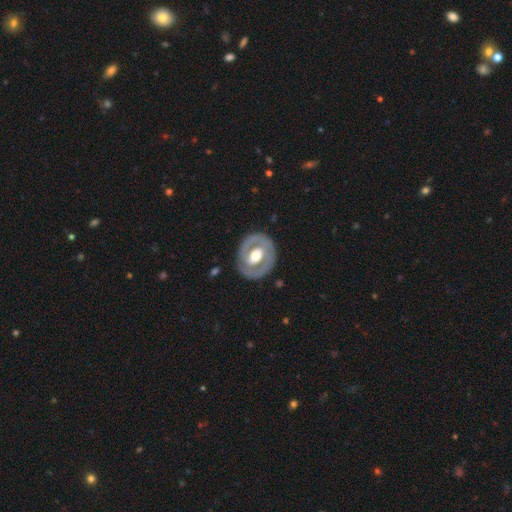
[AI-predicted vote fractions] Morphology: type=featured or disk (71%); edge-on=no (96%); bar=no (46%); spiral arms=no (56%); bulge=moderate (56%); merging=none (80%).